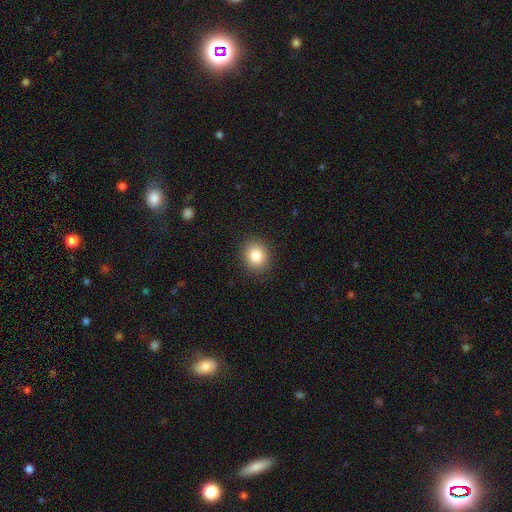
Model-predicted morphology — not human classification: The model was most divided on "how rounded": round: 68%, in between: 31%, cigar-shaped: 1%. More confident: merging — none (90%); smooth or featured — smooth (84%).